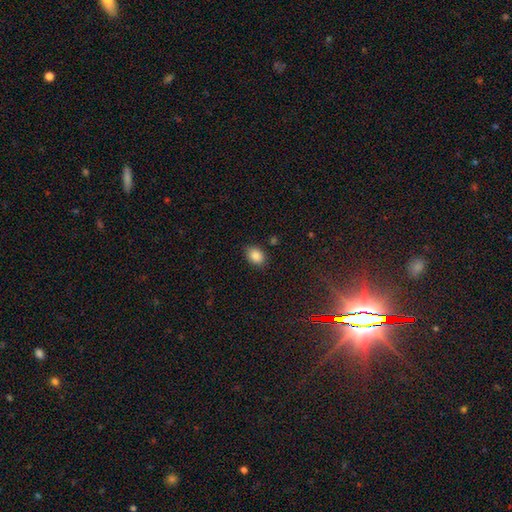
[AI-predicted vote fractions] This is clearly a smooth galaxy (86%). How rounded: likely in between (69%). Merging: clearly none (84%).